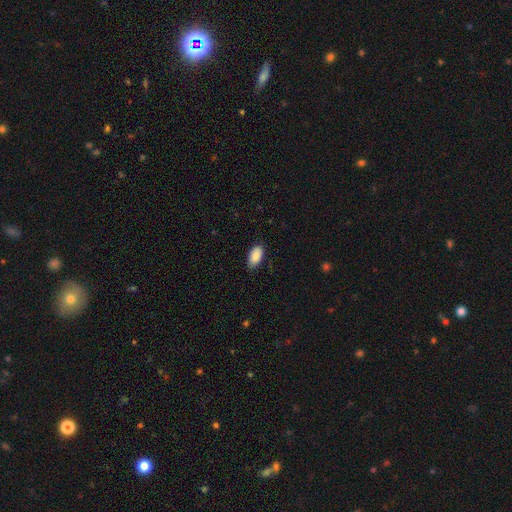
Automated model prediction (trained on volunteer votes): Smooth or featured? Predicted: smooth (p=0.88). How rounded? Predicted: in between (p=0.95). Merging? Predicted: none (p=0.83).